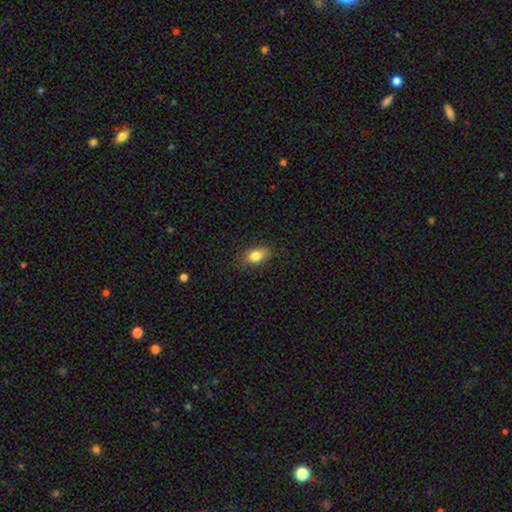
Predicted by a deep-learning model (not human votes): Morphology: type=smooth (83%); roundness=in between (84%); merging=none (84%).